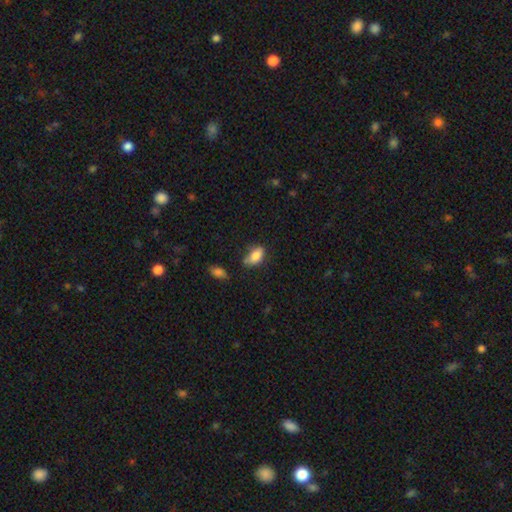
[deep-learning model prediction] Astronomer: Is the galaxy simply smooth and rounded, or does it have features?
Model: smooth — 81%.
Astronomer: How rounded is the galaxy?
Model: in between — 89%.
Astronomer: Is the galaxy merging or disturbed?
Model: none — 51% (runner-up: minor disturbance, 33%).